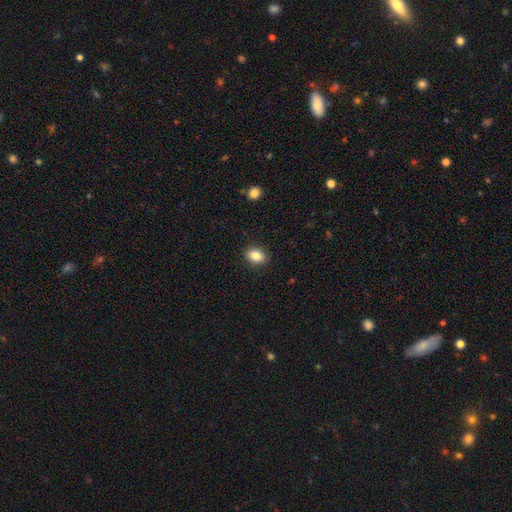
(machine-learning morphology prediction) Smooth or featured? smooth (85%)
How rounded? in between (70%)
Merging? none (90%)